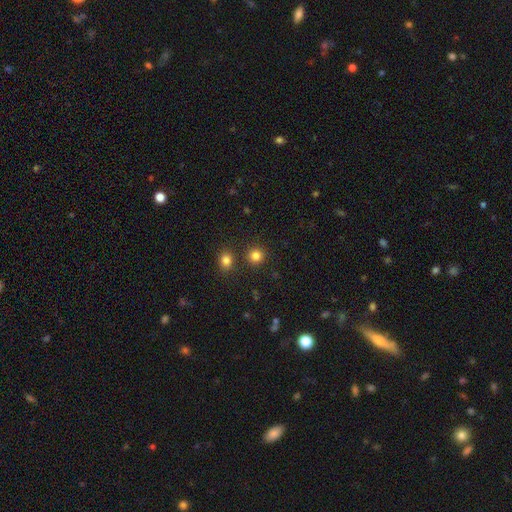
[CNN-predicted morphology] This is clearly a smooth galaxy (83%). How rounded: clearly round (92%). Merging: clearly none (85%).